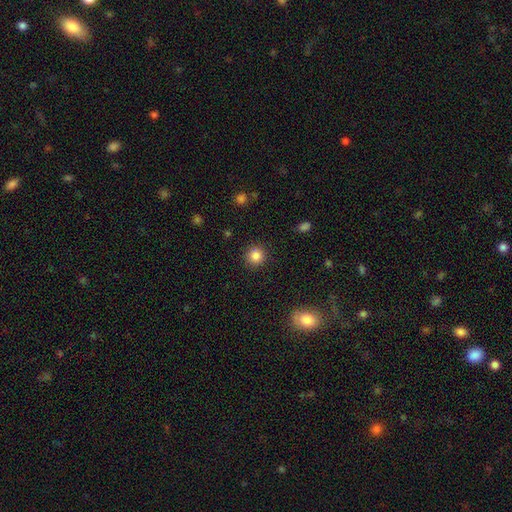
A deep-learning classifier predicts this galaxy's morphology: This appears to be a smooth galaxy with no disk features (84%) that is round (93%). Merging: none (90%).